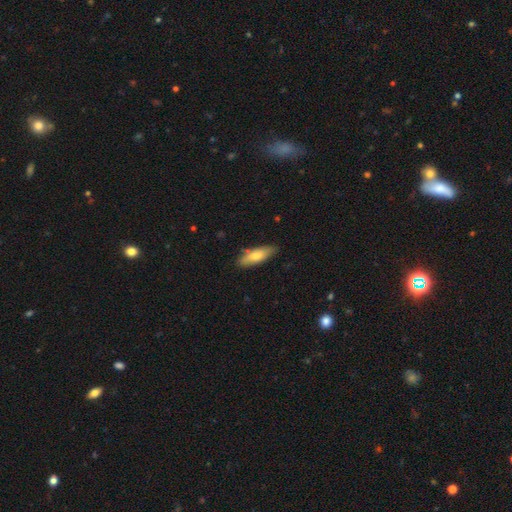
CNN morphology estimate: Smooth or featured? Predicted: smooth (p=0.72). How rounded? Predicted: in between (p=0.56). Merging? Predicted: none (p=0.79).